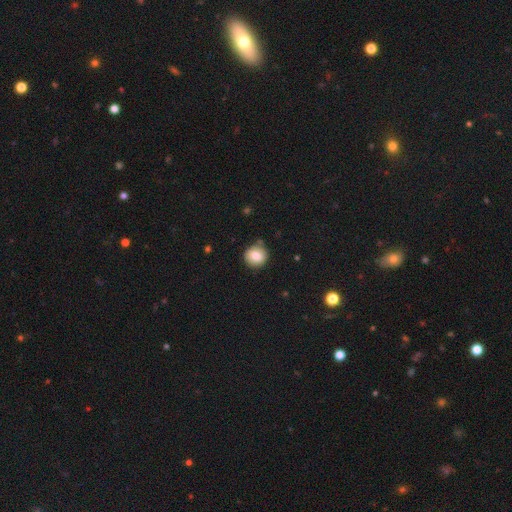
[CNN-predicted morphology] This appears to be a smooth galaxy with no disk features (80%) that is round (91%). Merging: none (85%).